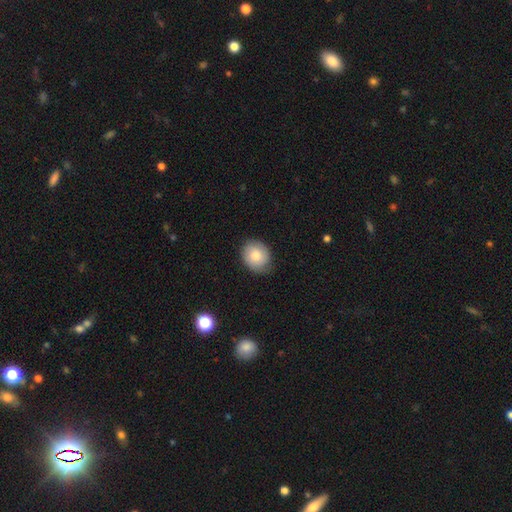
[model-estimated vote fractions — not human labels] A smooth galaxy with no disk features (79%) that is round (60%). Merging: none (78%).